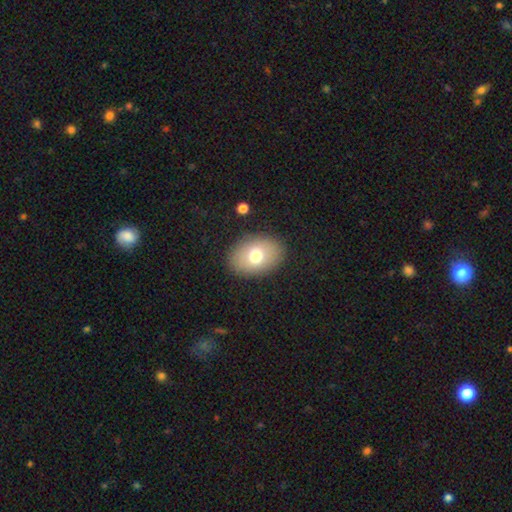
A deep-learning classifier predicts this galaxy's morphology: Smooth or featured? Predicted: smooth (p=0.73). How rounded? Predicted: in between (p=0.76). Merging? Predicted: none (p=0.87).